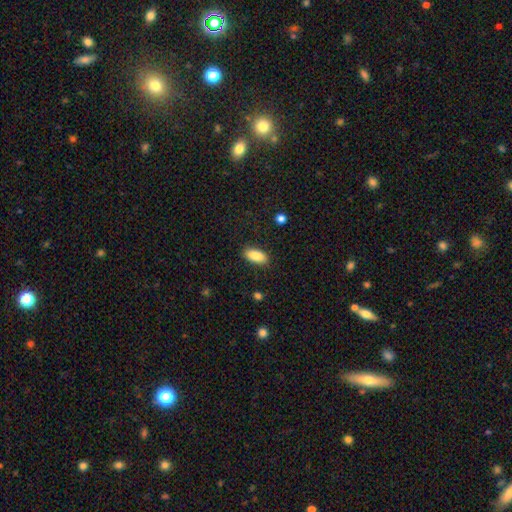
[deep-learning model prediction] Smooth or featured? Predicted: smooth (p=0.84). How rounded? Predicted: in between (p=0.89). Merging? Predicted: none (p=0.87).